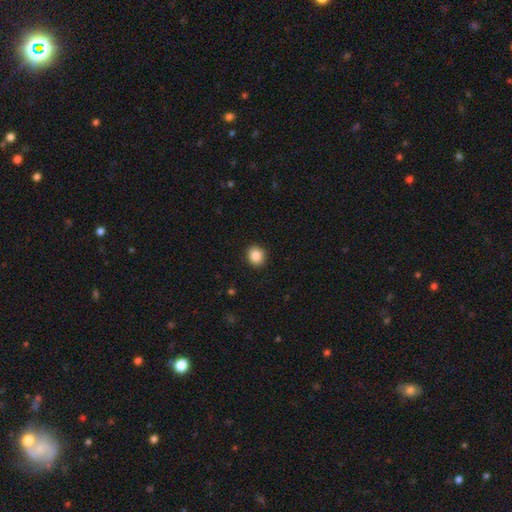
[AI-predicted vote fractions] Overall: smooth (87%). How rounded: round (78%). Merging: none (91%).